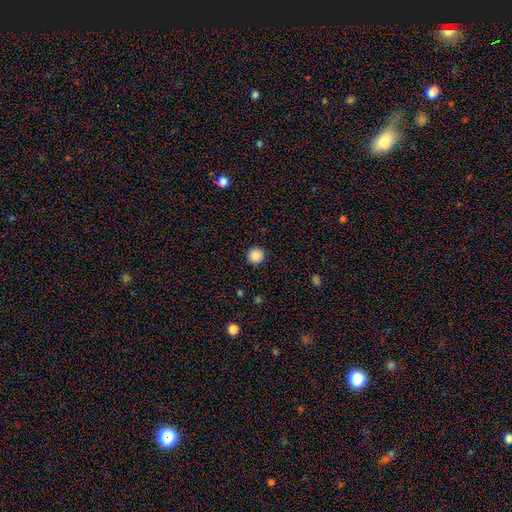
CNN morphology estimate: smooth_or_featured: smooth (p=0.87) [alt: star or artifact p=0.10]
how_rounded: round (p=0.95) [alt: in between p=0.04]
merging: none (p=0.92) [alt: minor disturbance p=0.05]